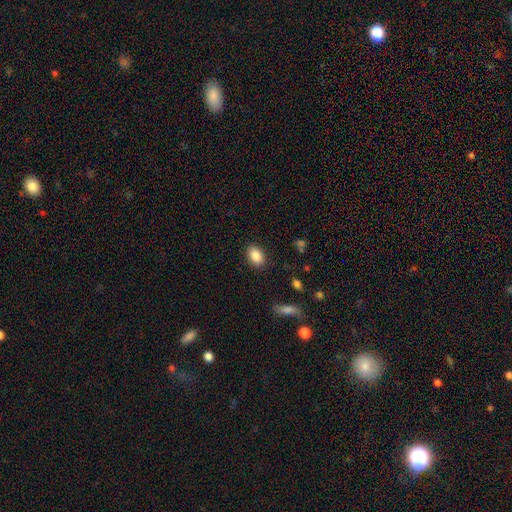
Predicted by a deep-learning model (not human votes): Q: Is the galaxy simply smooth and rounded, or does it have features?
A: smooth — 88%.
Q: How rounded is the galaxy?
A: in between — 86%.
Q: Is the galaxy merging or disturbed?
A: none — 87%.